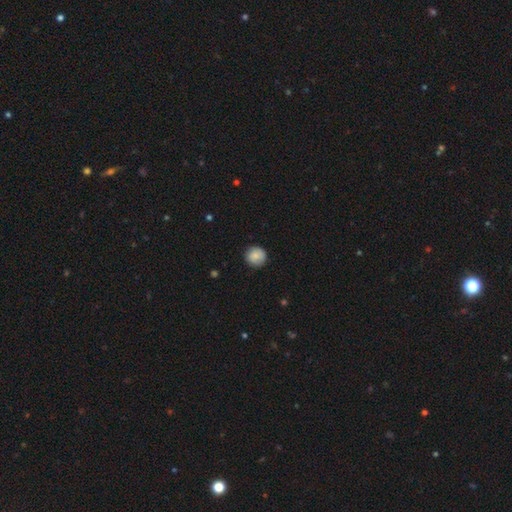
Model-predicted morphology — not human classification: A smooth galaxy with no disk features (80%) that is round (92%). Merging: none (85%).